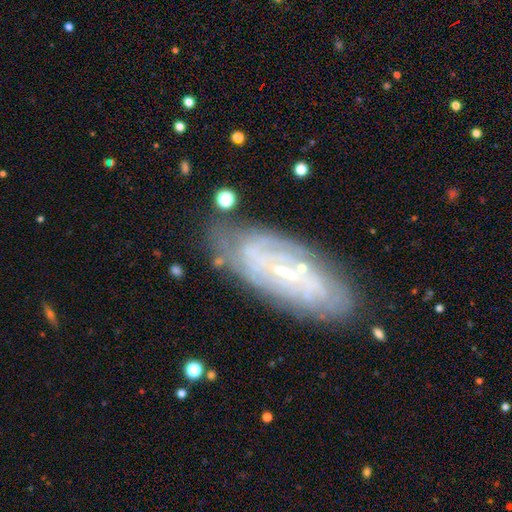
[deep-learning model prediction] This is likely a featured or disk galaxy (75%). It is clearly not viewed edge-on (90%). Bar: marginally weak (44%). Spiral arm pattern: clearly yes (83%). Spiral arm count: possibly can't tell (53%). Spiral winding: likely tight (67%). Central bulge: possibly small (57%). Merging: likely none (72%).